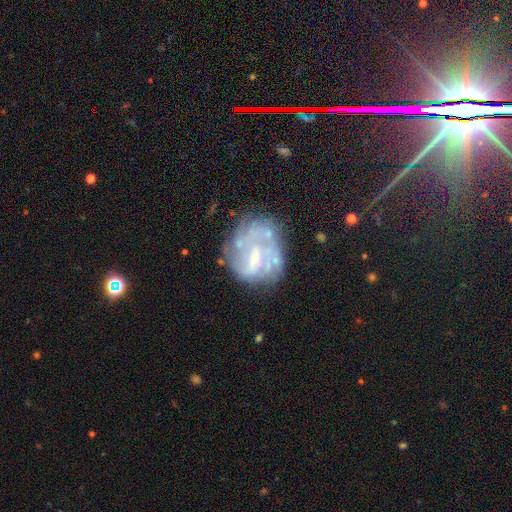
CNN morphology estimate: A featured or disk galaxy (69%) with no bar (44%), no spiral arms (53%) and no central bulge (38%).

Vote fractions:
- Smooth or featured? featured or disk: 69% / smooth: 21% / star or artifact: 10%
- Edge-on disk? no: 98% / yes: 2%
- Bar? no: 44% / weak: 40% / strong: 16%
- Spiral arms? no: 53% / yes: 47%
- Bulge size? none: 38% / small: 35% / moderate: 24% / large: 3% / dominant: 1%
- Merging? none: 51% / minor disturbance: 22% / major disturbance: 20% / merger: 6%